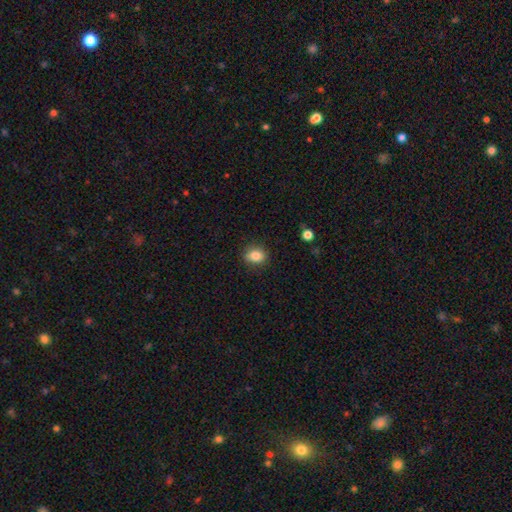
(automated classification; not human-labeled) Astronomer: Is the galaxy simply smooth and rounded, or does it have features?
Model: smooth — 84%.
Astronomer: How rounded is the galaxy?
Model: in between — 55% (runner-up: round, 44%).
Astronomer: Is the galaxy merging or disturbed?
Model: none — 84%.